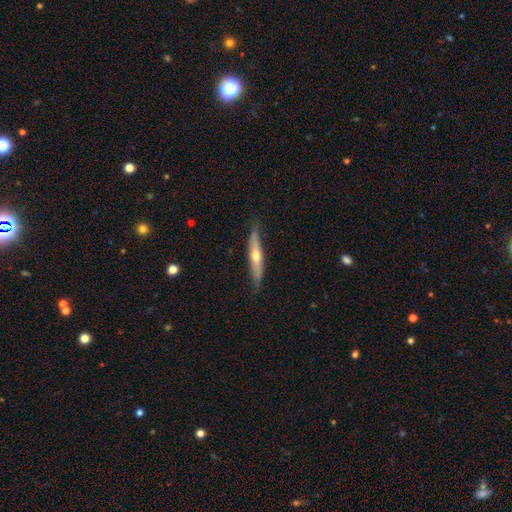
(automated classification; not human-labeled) The model was most divided on "smooth or featured": featured or disk: 57%, smooth: 38%, star or artifact: 6%. More confident: edge-on disk — yes (88%); edge-on bulge — rounded (86%); merging — none (83%).